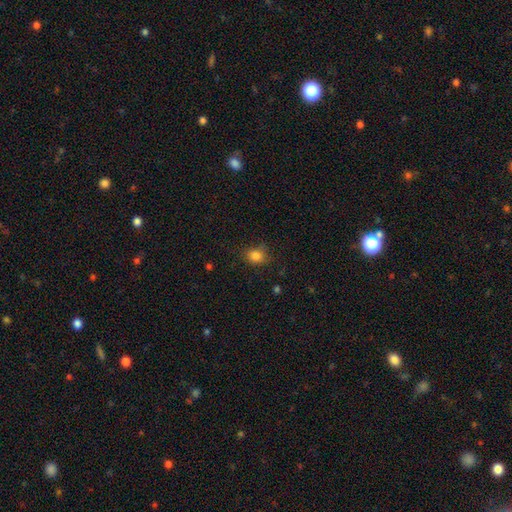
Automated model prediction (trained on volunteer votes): A smooth galaxy with no disk features (84%) that is round (59%). Merging: none (77%).